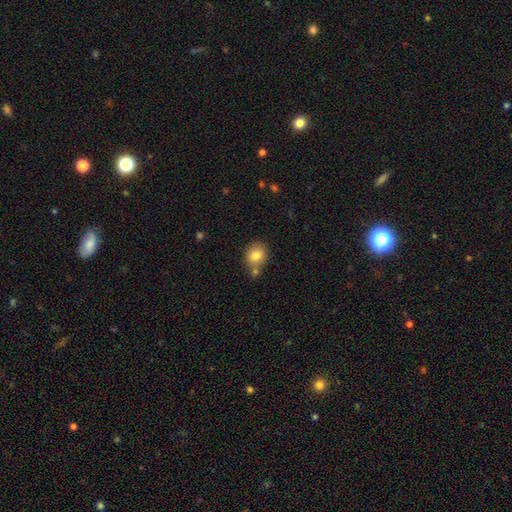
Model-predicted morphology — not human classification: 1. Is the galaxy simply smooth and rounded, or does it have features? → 81% smooth, 10% star or artifact, 9% featured or disk.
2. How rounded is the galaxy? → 77% round, 22% in between, 1% cigar-shaped.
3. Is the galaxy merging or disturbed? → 61% none, 22% merger, 13% minor disturbance, 4% major disturbance.